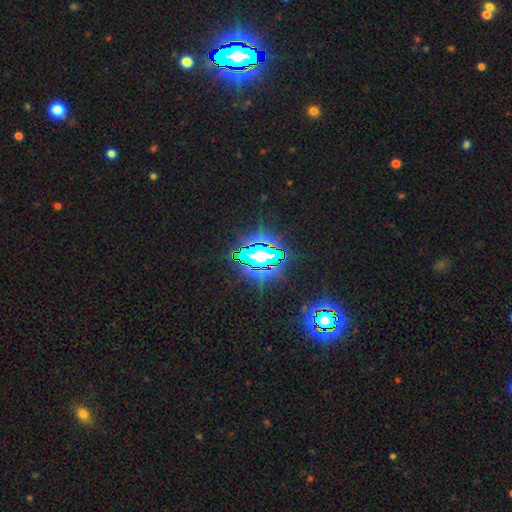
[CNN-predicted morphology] Smooth or featured? star or artifact (81%)